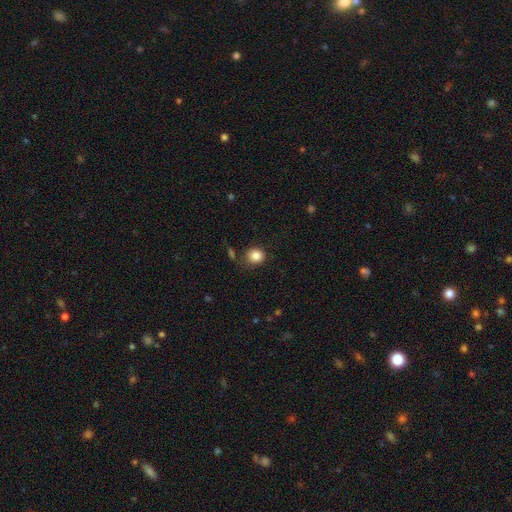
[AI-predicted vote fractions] The model was most divided on "merging": none: 76%, minor disturbance: 15%, major disturbance: 5%, merger: 4%. More confident: smooth or featured — smooth (86%); how rounded — round (80%).